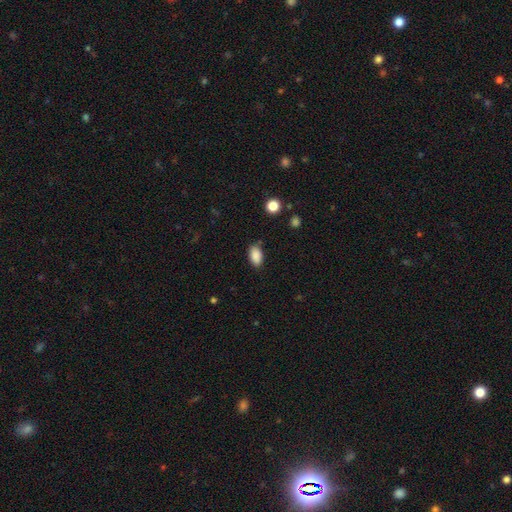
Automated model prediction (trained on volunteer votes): This appears to be a smooth galaxy with no disk features (88%) that is in between round and cigar-shaped (92%). Merging: none (81%).